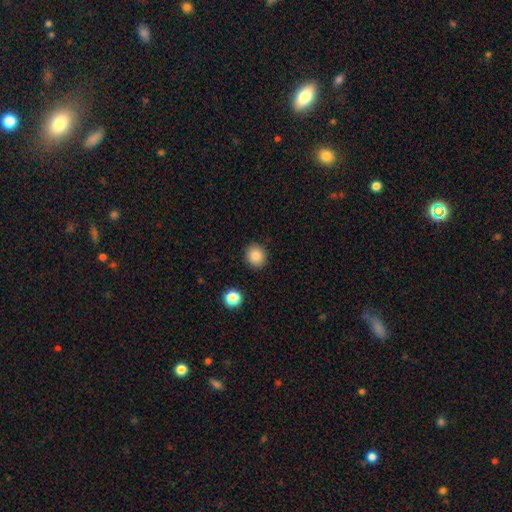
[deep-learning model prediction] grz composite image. It shows a smooth galaxy with no disk features (86%) that is round (83%). Merging: none (90%).